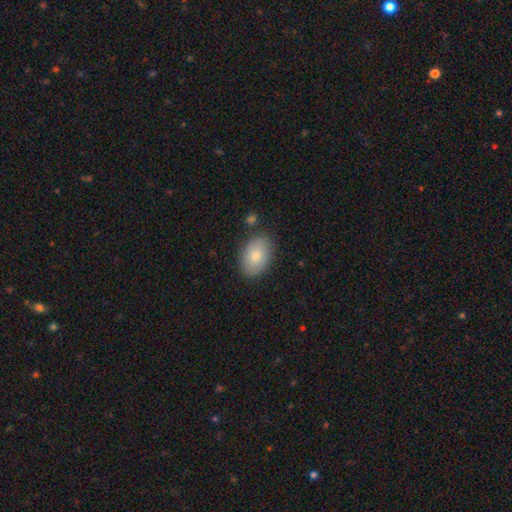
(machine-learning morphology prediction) This appears to be a smooth galaxy with no disk features (81%) that is in between round and cigar-shaped (86%). Merging: none (81%).